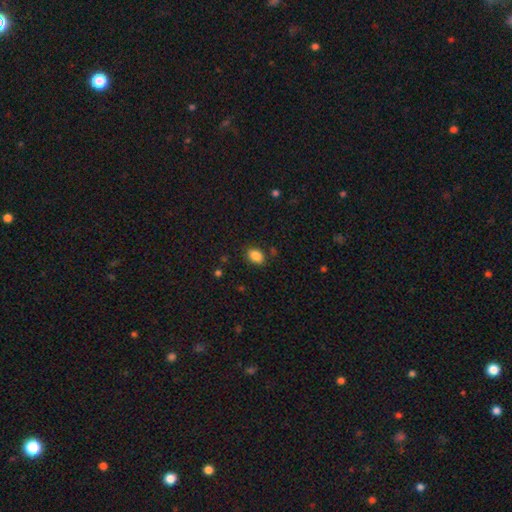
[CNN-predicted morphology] smooth-or-featured: smooth: 86% | star or artifact: 9% | featured or disk: 5%
  how-rounded: in between: 79% | round: 20% | cigar-shaped: 1%
  merging: none: 83% | minor disturbance: 12% | major disturbance: 3% | merger: 2%